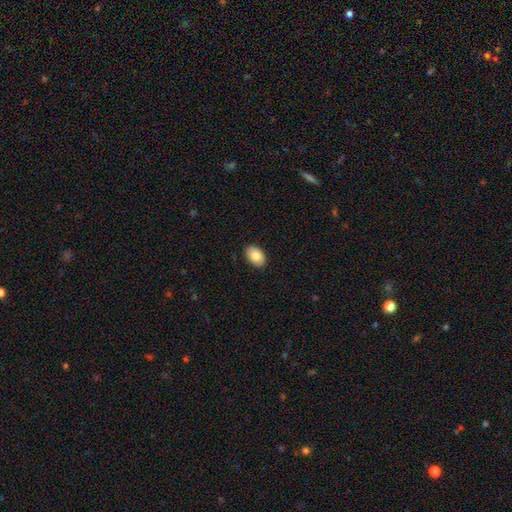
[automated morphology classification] A smooth galaxy with no disk features (85%) that is in between round and cigar-shaped (88%).

Vote fractions:
- Smooth or featured? smooth: 85% / featured or disk: 8% / star or artifact: 7%
- How rounded? in between: 88% / round: 11% / cigar-shaped: 1%
- Merging? none: 89% / minor disturbance: 8% / major disturbance: 2% / merger: 1%